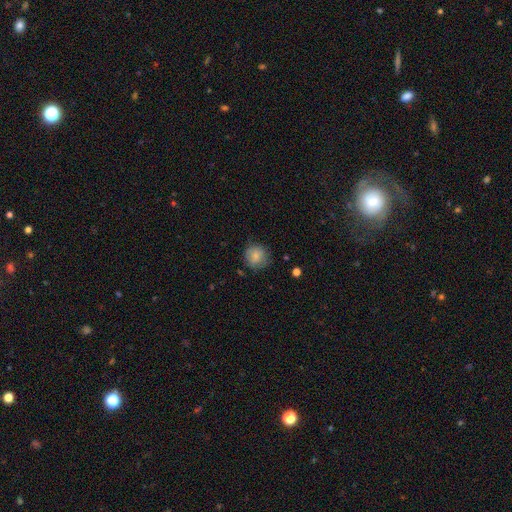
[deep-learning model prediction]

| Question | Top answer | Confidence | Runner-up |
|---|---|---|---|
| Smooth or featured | smooth | 81% | featured or disk (10%) |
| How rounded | round | 89% | in between (10%) |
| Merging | none | 75% | minor disturbance (19%) |